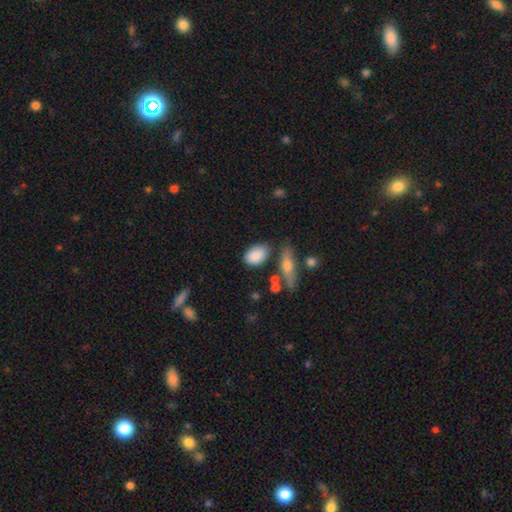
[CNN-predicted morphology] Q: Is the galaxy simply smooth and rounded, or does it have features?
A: smooth — 85%.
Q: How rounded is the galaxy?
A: in between — 86%.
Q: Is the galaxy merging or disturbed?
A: none — 66%.